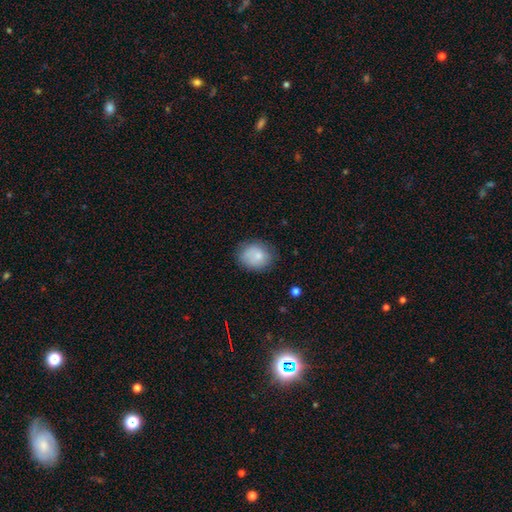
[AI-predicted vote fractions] Q: Smooth or featured?
A: smooth (80%); runner-up: featured or disk (12%)
Q: How rounded?
A: round (59%); runner-up: in between (40%)
Q: Merging?
A: none (72%); runner-up: minor disturbance (20%)